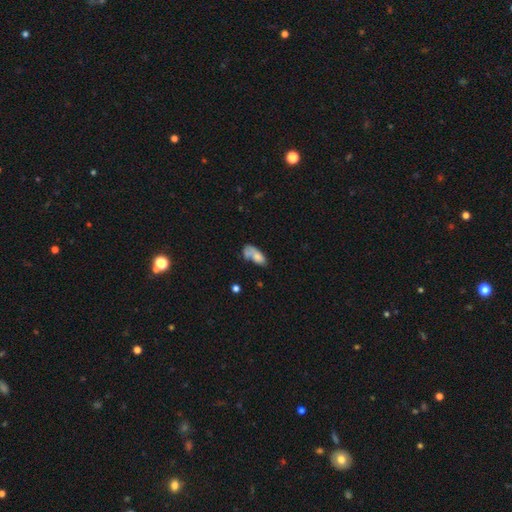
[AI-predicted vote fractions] smooth_or_featured: smooth (p=0.69) [alt: featured or disk p=0.22]
how_rounded: in between (p=0.85) [alt: cigar-shaped p=0.10]
merging: none (p=0.30) [alt: merger p=0.26]